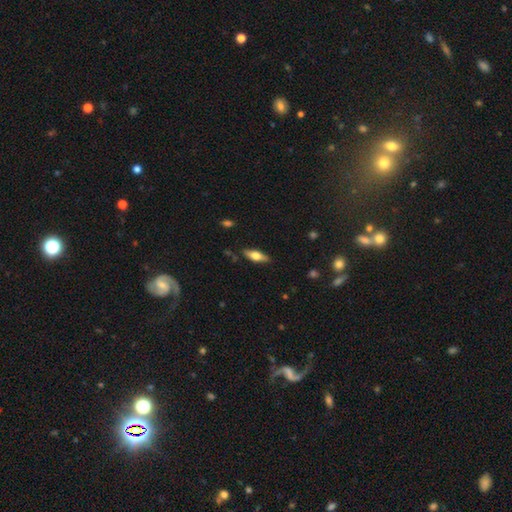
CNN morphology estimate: This appears to be a smooth galaxy with no disk features (58%) that is in between round and cigar-shaped (62%). Merging: none (84%).